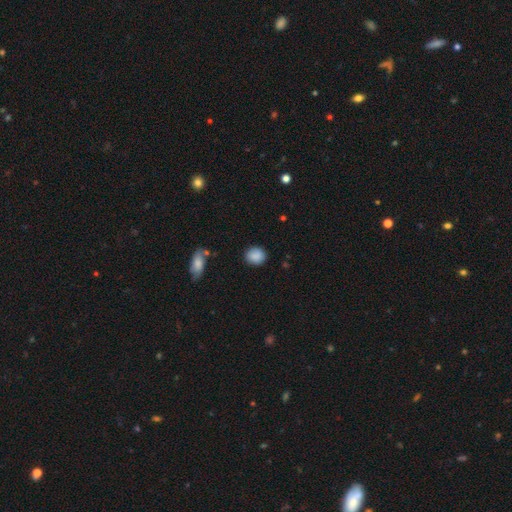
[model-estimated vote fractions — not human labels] Smooth or featured? Predicted: smooth (p=0.87). How rounded? Predicted: round (p=0.70). Merging? Predicted: none (p=0.83).